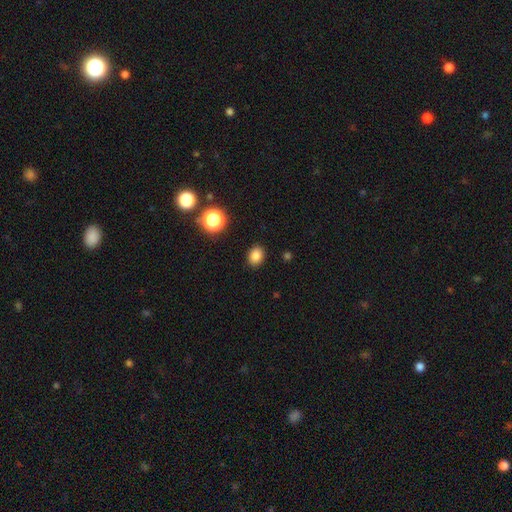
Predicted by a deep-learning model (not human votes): Morphology: type=smooth (83%); roundness=in between (55%); merging=none (89%).